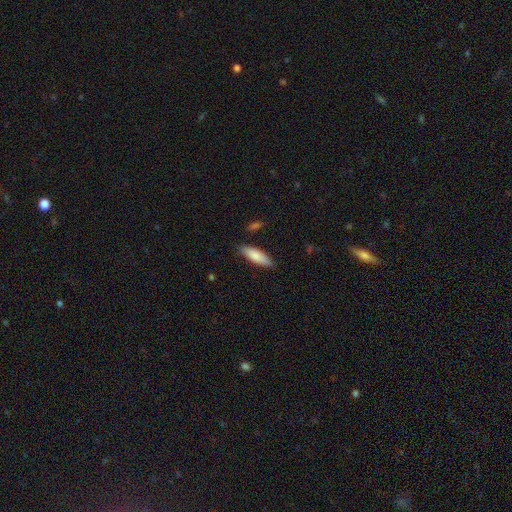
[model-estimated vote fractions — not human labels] Morphology: type=smooth (81%); roundness=in between (52%); merging=none (84%).